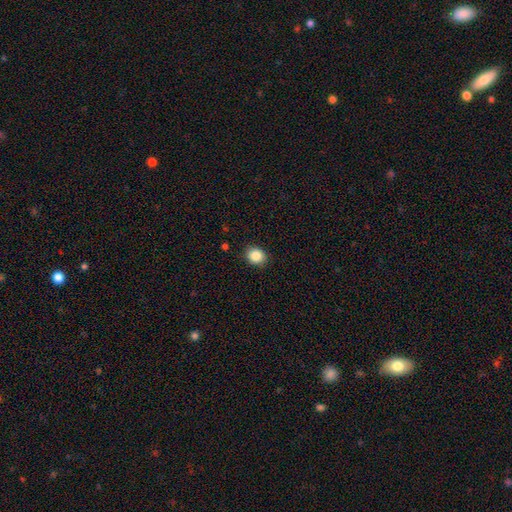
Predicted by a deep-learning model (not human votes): A smooth galaxy with no disk features (87%) that is round (63%). Merging: none (89%).